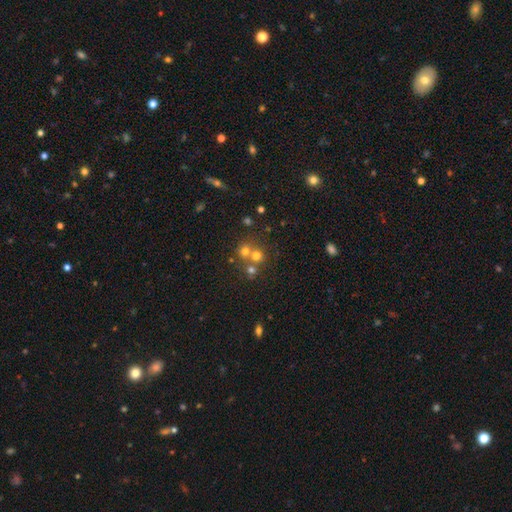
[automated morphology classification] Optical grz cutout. It shows a smooth galaxy with no disk features (65%) that is round (87%). Merging: none (47%).